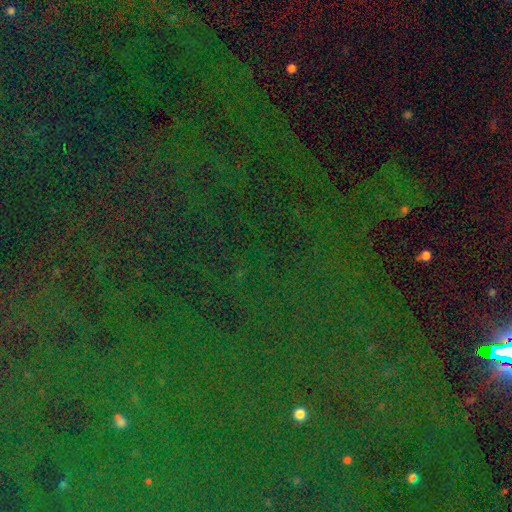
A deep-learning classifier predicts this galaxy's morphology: The model was most divided on "smooth or featured": star or artifact: 83%, smooth: 9%, featured or disk: 7%.